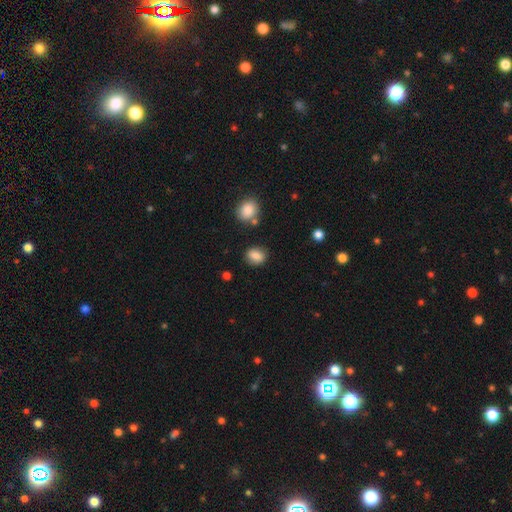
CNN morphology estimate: Smooth or featured? Predicted: smooth (p=0.85). How rounded? Predicted: in between (p=0.58). Merging? Predicted: none (p=0.80).